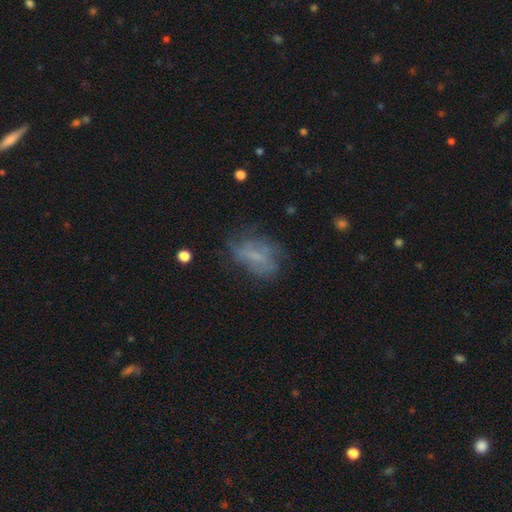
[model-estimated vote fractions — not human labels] A smooth galaxy with no disk features (45%).

Vote fractions:
- Smooth or featured? smooth: 45% / featured or disk: 40% / star or artifact: 15%
- Merging? none: 51% / minor disturbance: 25% / major disturbance: 22% / merger: 3%